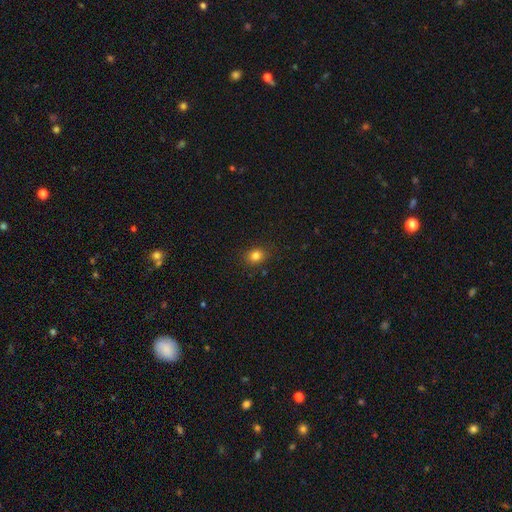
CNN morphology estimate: smooth 81%, star or artifact 13%, featured or disk 6%. Down the decision tree: how rounded — round (61%); merging — none (87%).